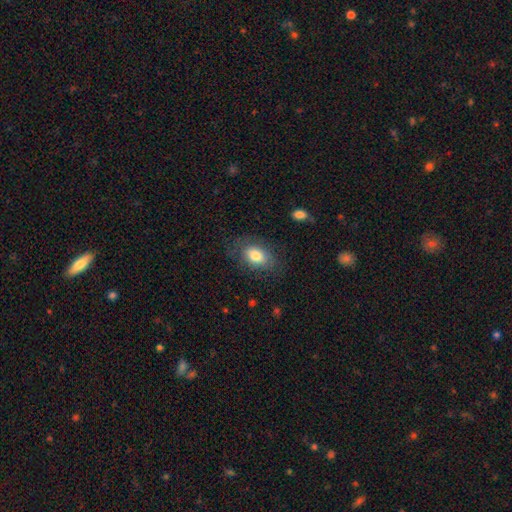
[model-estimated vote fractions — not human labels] Q: Smooth or featured?
A: smooth (80%); runner-up: featured or disk (12%)
Q: How rounded?
A: in between (85%); runner-up: round (14%)
Q: Merging?
A: none (74%); runner-up: minor disturbance (17%)